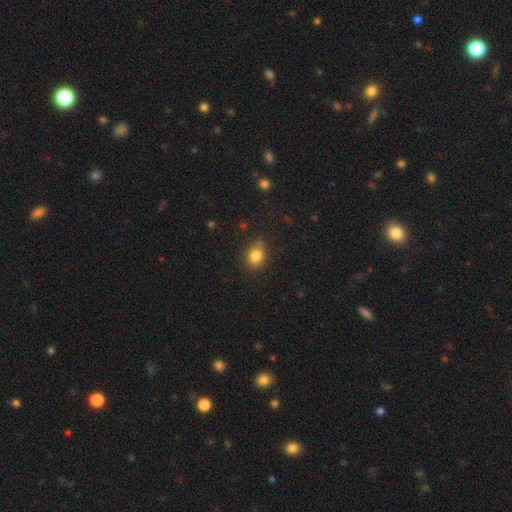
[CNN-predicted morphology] This appears to be a smooth galaxy with no disk features (83%) that is round (70%). Merging: none (80%).